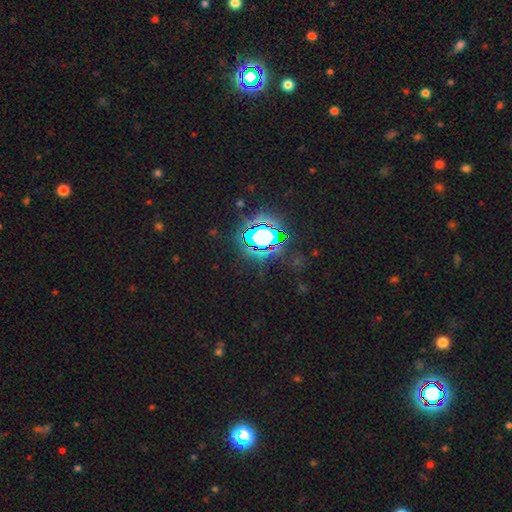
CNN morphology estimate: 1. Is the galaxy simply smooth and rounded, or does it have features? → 82% star or artifact, 11% smooth, 7% featured or disk.